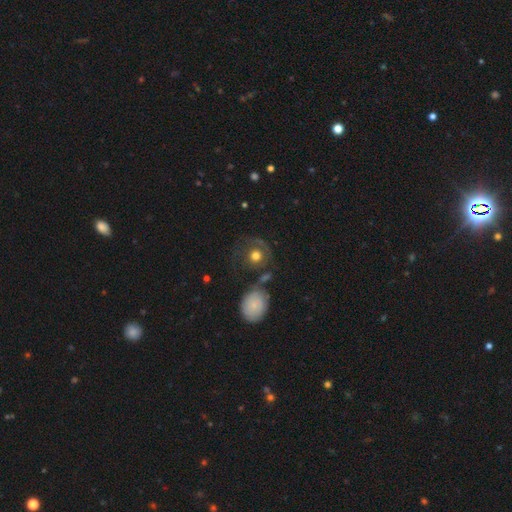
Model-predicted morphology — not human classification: type=smooth (50%); roundness=round (86%); merging=none (54%).